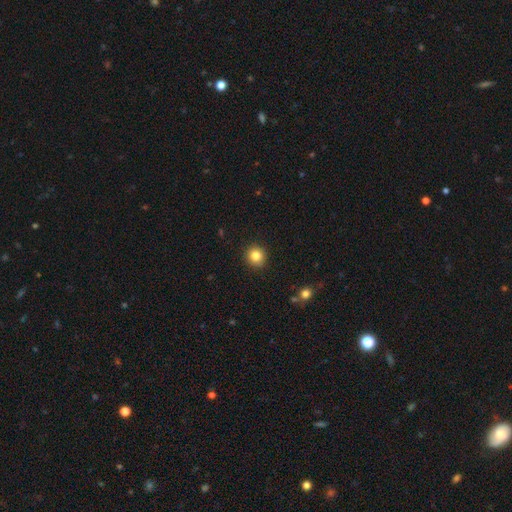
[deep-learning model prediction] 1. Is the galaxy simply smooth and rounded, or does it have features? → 83% smooth, 11% star or artifact, 6% featured or disk.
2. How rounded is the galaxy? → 90% round, 9% in between, 1% cigar-shaped.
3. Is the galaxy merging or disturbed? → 91% none, 6% minor disturbance, 2% major disturbance, 1% merger.